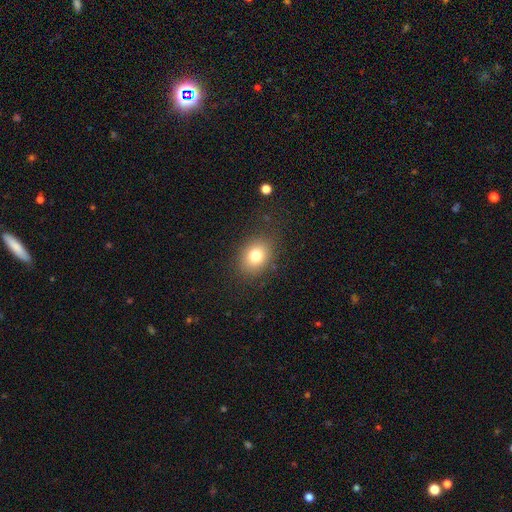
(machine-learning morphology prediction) Smooth or featured? Predicted: smooth (p=0.78). How rounded? Predicted: in between (p=0.51). Merging? Predicted: none (p=0.84).